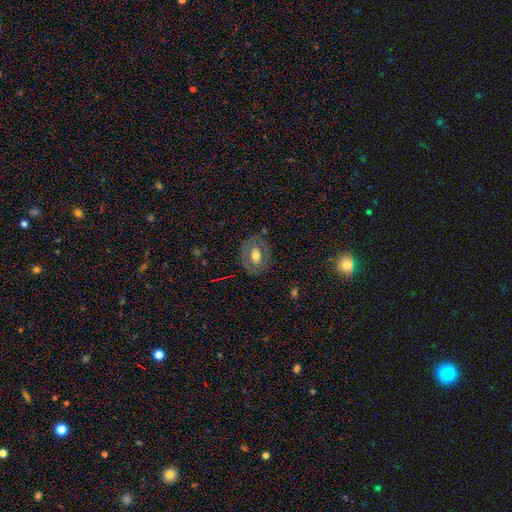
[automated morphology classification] smooth_or_featured: smooth (p=0.47) [alt: featured or disk p=0.46]
merging: none (p=0.78) [alt: minor disturbance p=0.15]